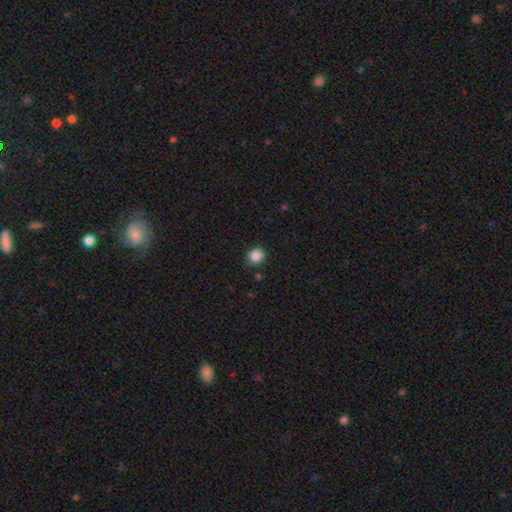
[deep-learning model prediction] This is clearly a smooth galaxy (86%). How rounded: clearly round (83%). Merging: clearly none (86%).